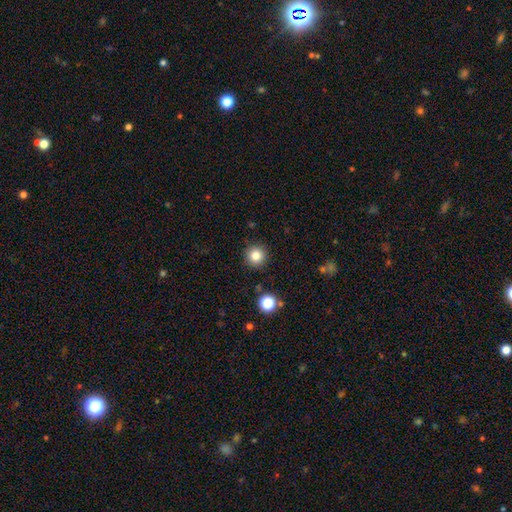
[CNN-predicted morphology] smooth-or-featured: smooth: 84% | star or artifact: 11% | featured or disk: 5%
  how-rounded: round: 95% | in between: 4% | cigar-shaped: 1%
  merging: none: 90% | minor disturbance: 6% | major disturbance: 2% | merger: 2%